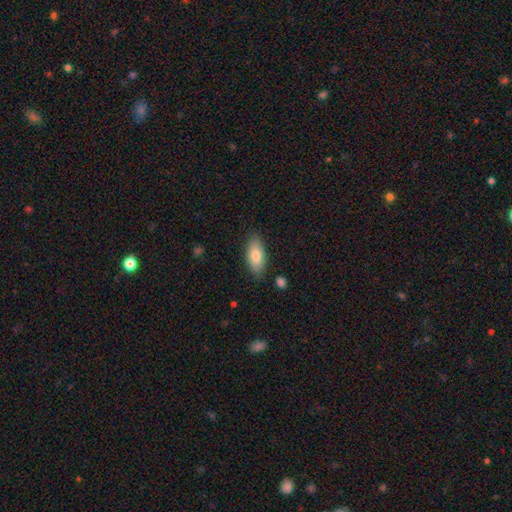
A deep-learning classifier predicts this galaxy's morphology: type=smooth (80%); roundness=in between (85%); merging=none (85%).